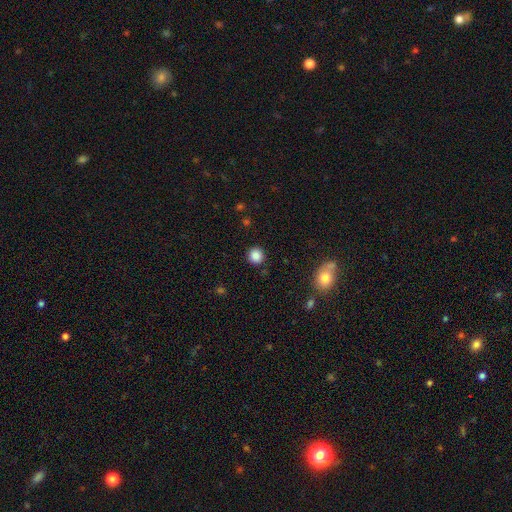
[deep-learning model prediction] smooth_or_featured: smooth (p=0.86) [alt: star or artifact p=0.10]
how_rounded: round (p=0.92) [alt: in between p=0.07]
merging: none (p=0.90) [alt: minor disturbance p=0.06]